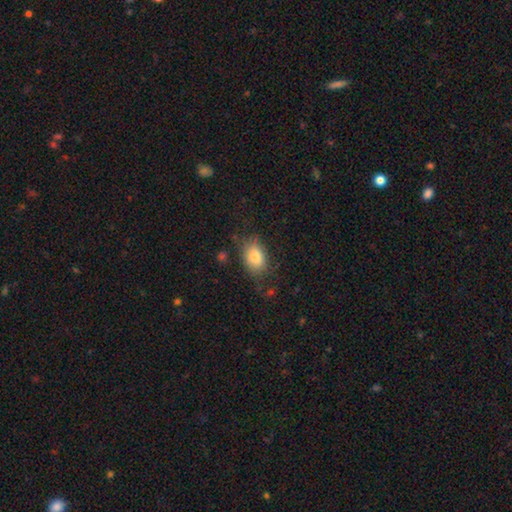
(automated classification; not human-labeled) Smooth or featured? Predicted: smooth (p=0.81). How rounded? Predicted: in between (p=0.79). Merging? Predicted: none (p=0.72).